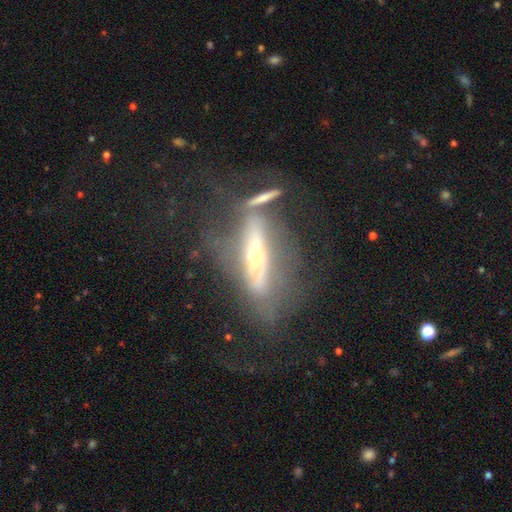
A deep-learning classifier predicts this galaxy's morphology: Q: Smooth or featured?
A: featured or disk (74%); runner-up: smooth (18%)
Q: Edge-on disk?
A: yes (55%); runner-up: no (45%)
Q: Merging?
A: none (37%); runner-up: major disturbance (29%)